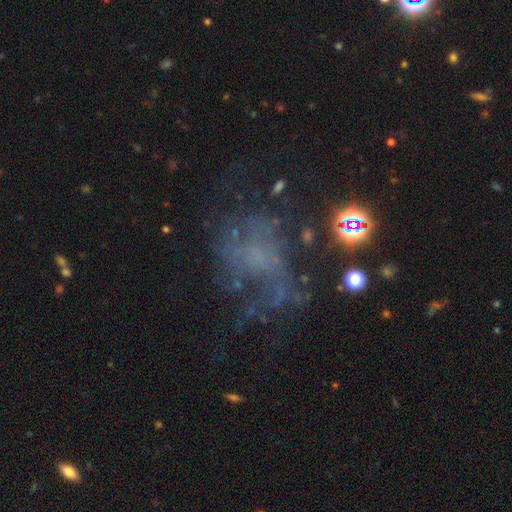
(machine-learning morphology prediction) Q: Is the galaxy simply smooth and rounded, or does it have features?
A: featured or disk — 51%.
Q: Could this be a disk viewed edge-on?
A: no — 97%.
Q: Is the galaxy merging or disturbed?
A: none — 43%.